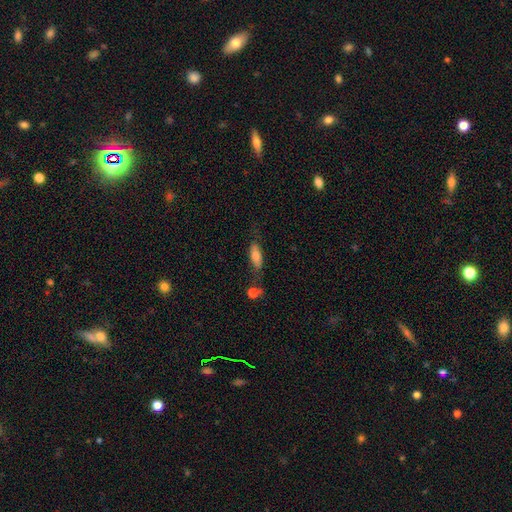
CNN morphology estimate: This appears to be a smooth galaxy with no disk features (70%) that is in between round and cigar-shaped (62%). Merging: none (60%).